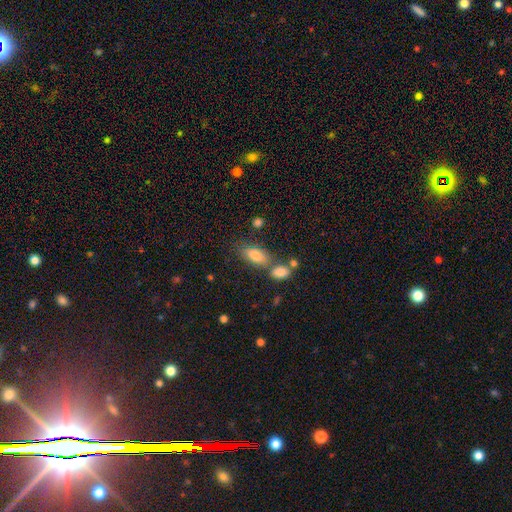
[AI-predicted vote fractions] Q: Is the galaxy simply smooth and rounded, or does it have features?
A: smooth — 81%.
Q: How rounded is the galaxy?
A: in between — 88%.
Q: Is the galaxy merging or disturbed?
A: none — 59%.